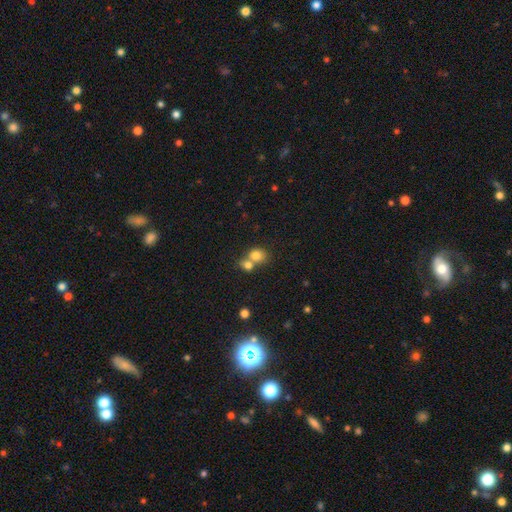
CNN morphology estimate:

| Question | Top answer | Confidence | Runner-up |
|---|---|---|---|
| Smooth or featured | smooth | 79% | featured or disk (11%) |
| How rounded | round | 67% | in between (32%) |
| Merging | merger | 59% | none (32%) |